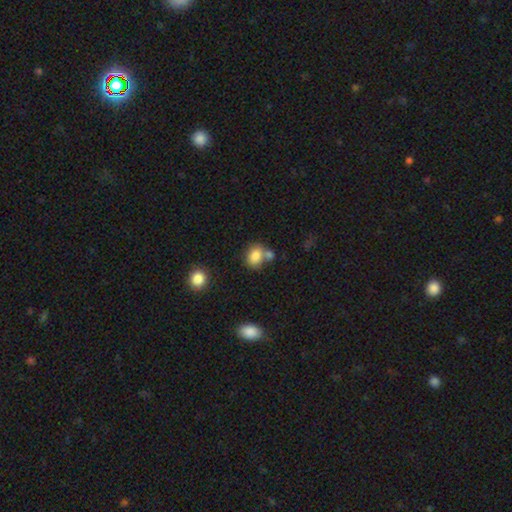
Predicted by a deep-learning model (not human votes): smooth-or-featured: smooth: 82% | star or artifact: 10% | featured or disk: 8%
  how-rounded: in between: 56% | round: 43% | cigar-shaped: 1%
  merging: none: 49% | merger: 33% | minor disturbance: 13% | major disturbance: 5%